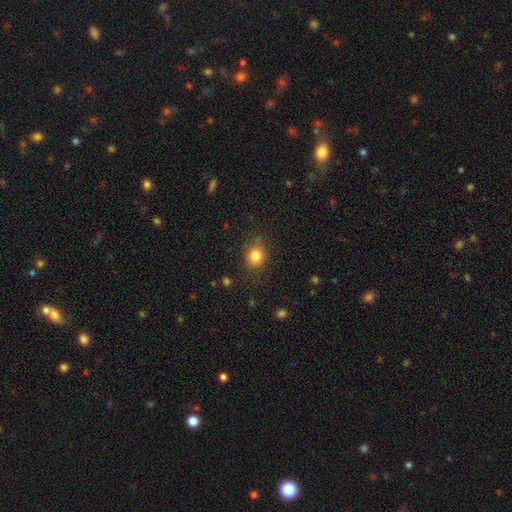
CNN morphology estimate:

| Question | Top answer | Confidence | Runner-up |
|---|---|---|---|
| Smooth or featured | smooth | 82% | star or artifact (12%) |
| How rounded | round | 78% | in between (21%) |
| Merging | none | 80% | minor disturbance (14%) |